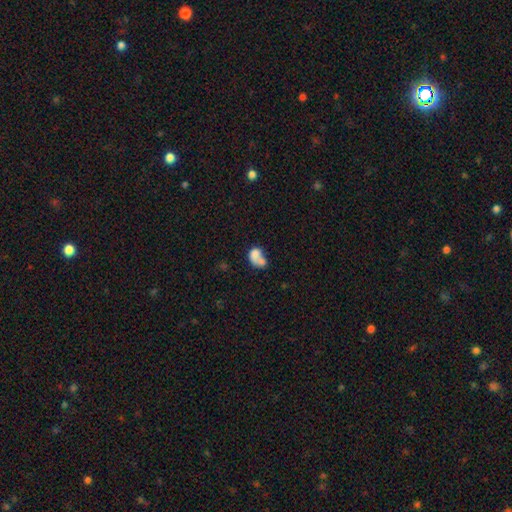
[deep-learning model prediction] smooth_or_featured: smooth (p=0.70) [alt: featured or disk p=0.20]
how_rounded: in between (p=0.66) [alt: round p=0.32]
merging: merger (p=0.58) [alt: none p=0.19]